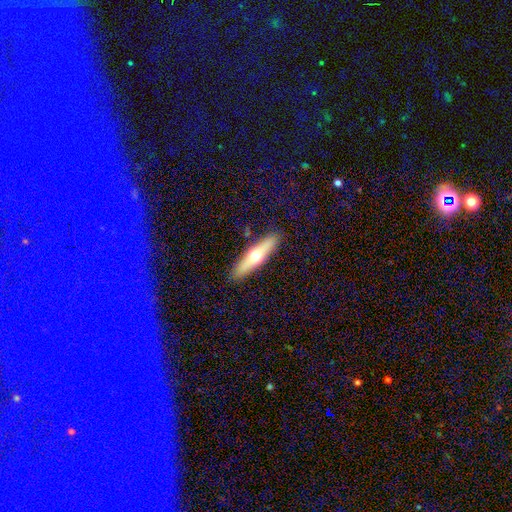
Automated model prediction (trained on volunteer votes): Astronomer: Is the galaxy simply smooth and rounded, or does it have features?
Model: featured or disk — 48% (runner-up: smooth, 46%).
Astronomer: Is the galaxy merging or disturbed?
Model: none — 89%.